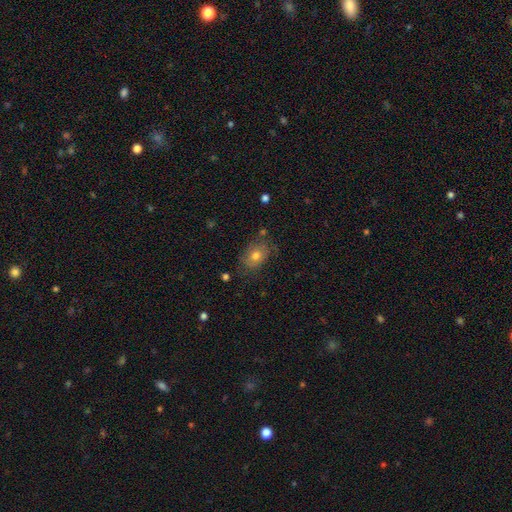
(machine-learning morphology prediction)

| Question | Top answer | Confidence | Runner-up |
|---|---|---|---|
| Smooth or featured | smooth | 70% | featured or disk (18%) |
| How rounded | in between | 68% | round (31%) |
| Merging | none | 71% | minor disturbance (20%) |